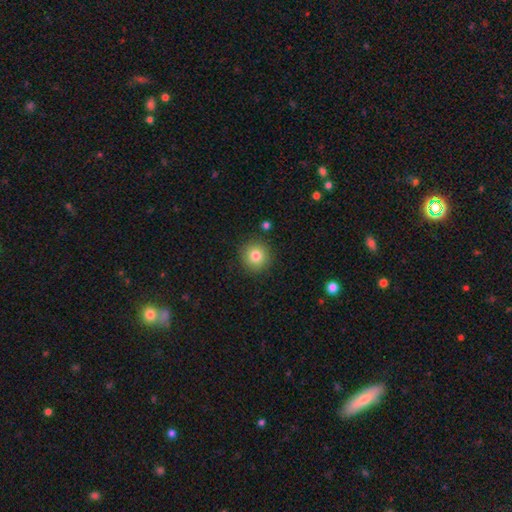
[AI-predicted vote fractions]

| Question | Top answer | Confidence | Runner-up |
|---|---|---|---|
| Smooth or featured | smooth | 81% | star or artifact (11%) |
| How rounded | round | 94% | in between (5%) |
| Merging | none | 89% | minor disturbance (7%) |